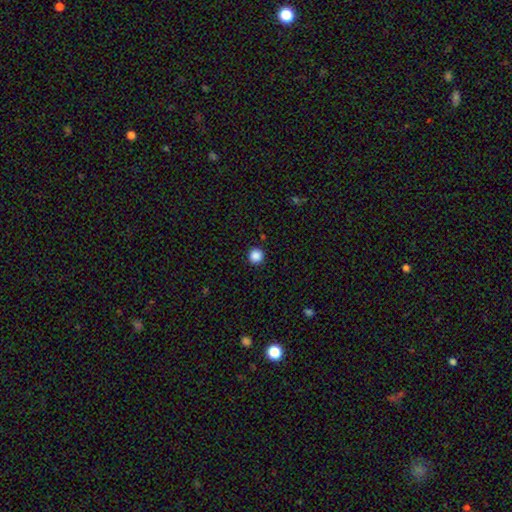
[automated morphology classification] smooth 87%, star or artifact 10%, featured or disk 2%. Down the decision tree: how rounded — round (95%); merging — none (93%).